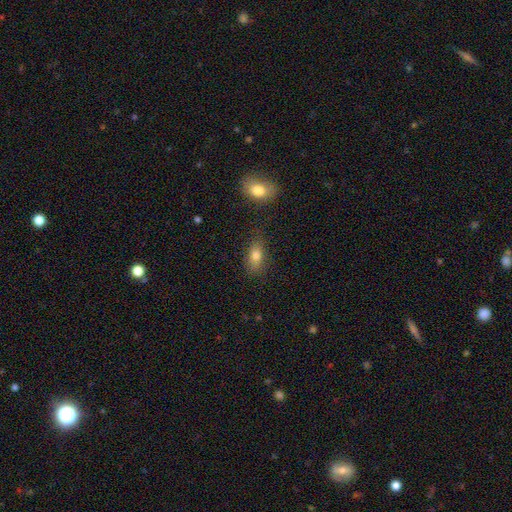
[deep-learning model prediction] Smooth or featured: smooth — 79% (featured or disk — 11%)
How rounded: in between — 83% (round — 10%)
Merging: none — 79% (minor disturbance — 14%)